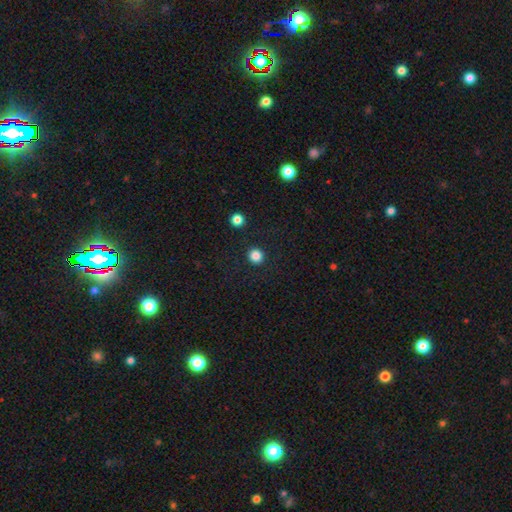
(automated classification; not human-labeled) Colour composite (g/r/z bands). It shows a smooth galaxy with no disk features (85%) that is round (92%). Merging: none (92%).